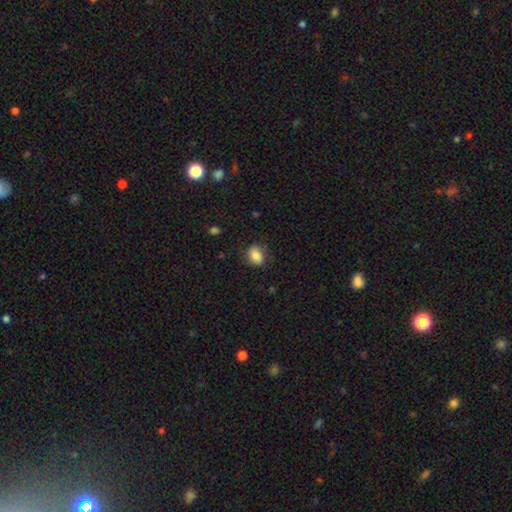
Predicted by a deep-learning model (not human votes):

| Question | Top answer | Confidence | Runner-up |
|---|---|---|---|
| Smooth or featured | smooth | 82% | featured or disk (10%) |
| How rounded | in between | 58% | round (41%) |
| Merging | none | 77% | minor disturbance (17%) |